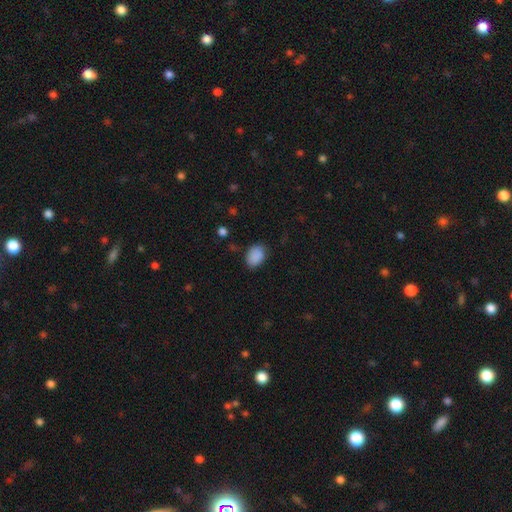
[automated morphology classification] smooth_or_featured: smooth (p=0.89) [alt: star or artifact p=0.08]
how_rounded: in between (p=0.80) [alt: round p=0.19]
merging: none (p=0.79) [alt: minor disturbance p=0.16]